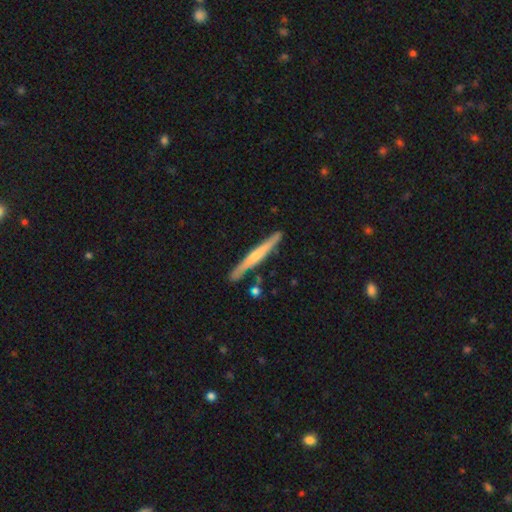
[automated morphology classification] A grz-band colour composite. It shows a featured or disk galaxy (56%) viewed edge-on (97%) with a rounded central bulge (49%). Merging: none (86%).